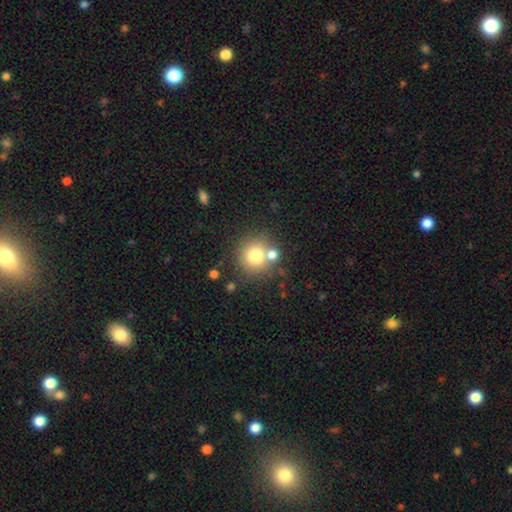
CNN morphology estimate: A smooth galaxy with no disk features (76%) that is round (92%).

Vote fractions:
- Smooth or featured? smooth: 76% / star or artifact: 12% / featured or disk: 12%
- How rounded? round: 92% / in between: 7% / cigar-shaped: 1%
- Merging? none: 66% / merger: 20% / minor disturbance: 9% / major disturbance: 4%